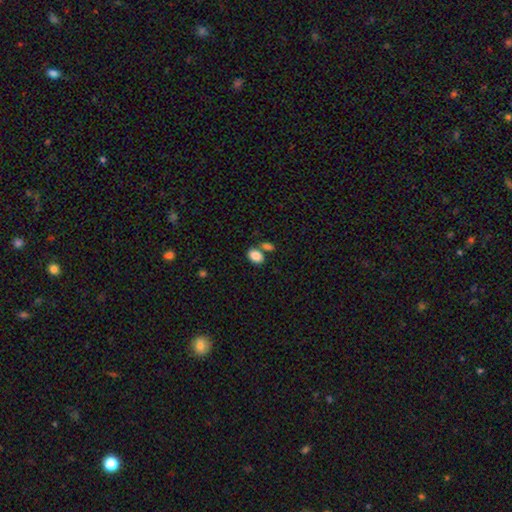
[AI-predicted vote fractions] A smooth galaxy with no disk features (87%) that is in between round and cigar-shaped (80%).

Vote fractions:
- Smooth or featured? smooth: 87% / star or artifact: 8% / featured or disk: 5%
- How rounded? in between: 80% / round: 18% / cigar-shaped: 1%
- Merging? none: 61% / merger: 24% / minor disturbance: 11% / major disturbance: 4%